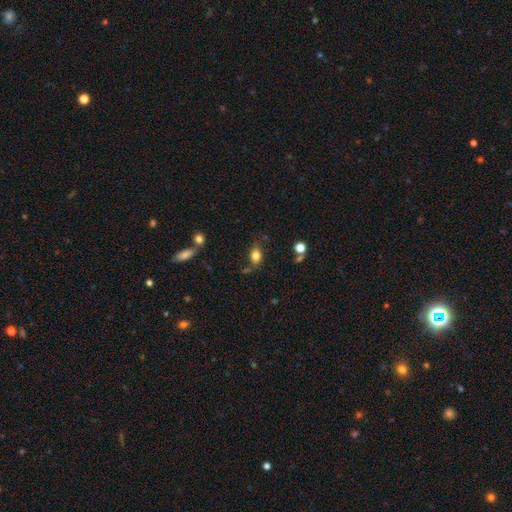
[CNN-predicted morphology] smooth_or_featured: smooth (p=0.81) [alt: star or artifact p=0.10]
how_rounded: in between (p=0.75) [alt: round p=0.23]
merging: none (p=0.71) [alt: minor disturbance p=0.17]